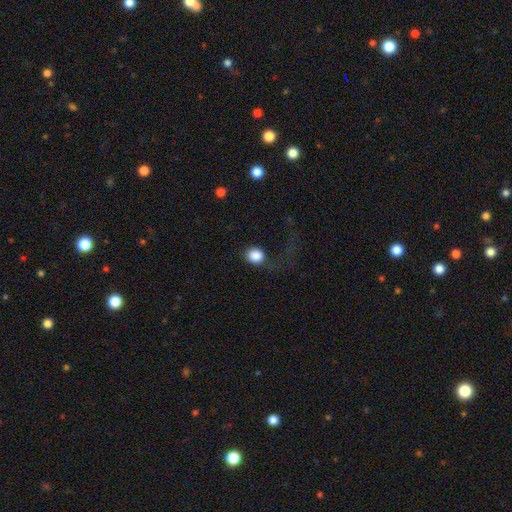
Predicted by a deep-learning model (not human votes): A smooth galaxy with no disk features (85%) that is round (81%). Merging: none (48%).